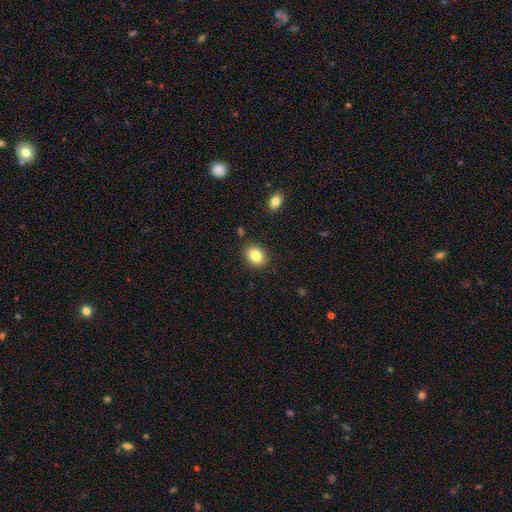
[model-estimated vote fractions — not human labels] Smooth or featured?
  - smooth: 83% *
  - star or artifact: 9%
  - featured or disk: 7%
How rounded?
  - in between: 56% *
  - round: 43%
  - cigar-shaped: 1%
Merging?
  - none: 87% *
  - minor disturbance: 9%
  - major disturbance: 2%
  - merger: 2%